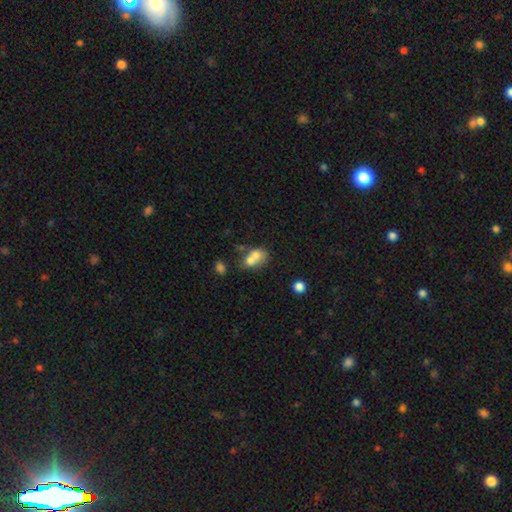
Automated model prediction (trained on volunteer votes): Q: Smooth or featured?
A: smooth (70%); runner-up: featured or disk (19%)
Q: How rounded?
A: in between (79%); runner-up: round (17%)
Q: Merging?
A: merger (49%); runner-up: none (26%)